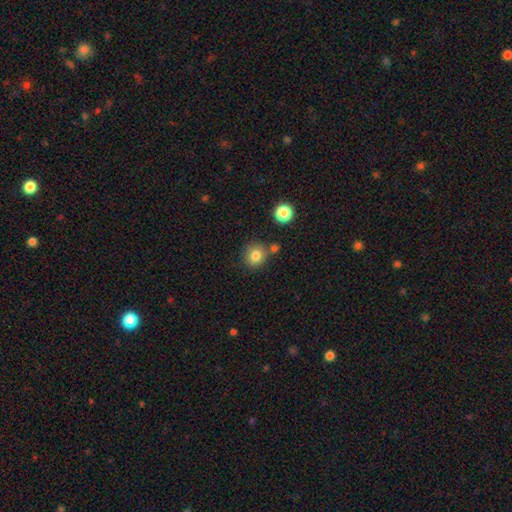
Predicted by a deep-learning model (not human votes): The model was most divided on "merging": none: 74%, merger: 12%, minor disturbance: 11%, major disturbance: 3%. More confident: how rounded — round (85%); smooth or featured — smooth (81%).